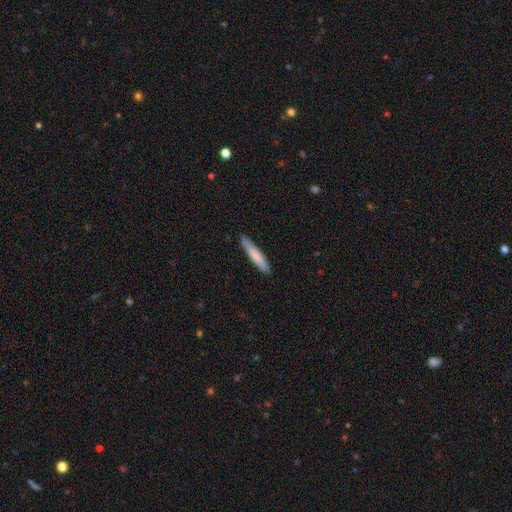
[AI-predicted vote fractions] This appears to be a smooth galaxy with no disk features (76%) that is cigar-shaped (92%). Merging: none (87%).